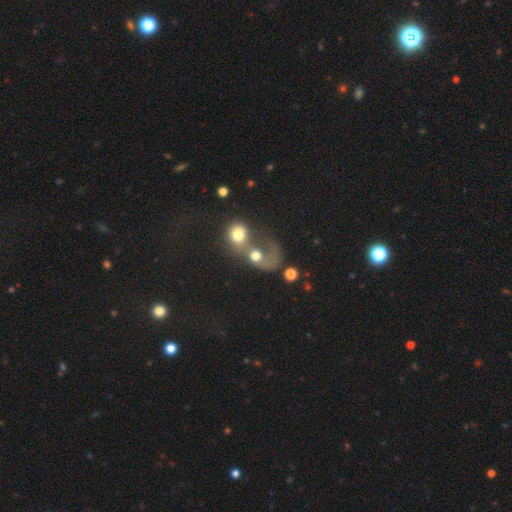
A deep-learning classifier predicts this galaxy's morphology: Q: Smooth or featured?
A: smooth (57%); runner-up: featured or disk (31%)
Q: How rounded?
A: round (63%); runner-up: in between (35%)
Q: Merging?
A: merger (70%); runner-up: major disturbance (14%)